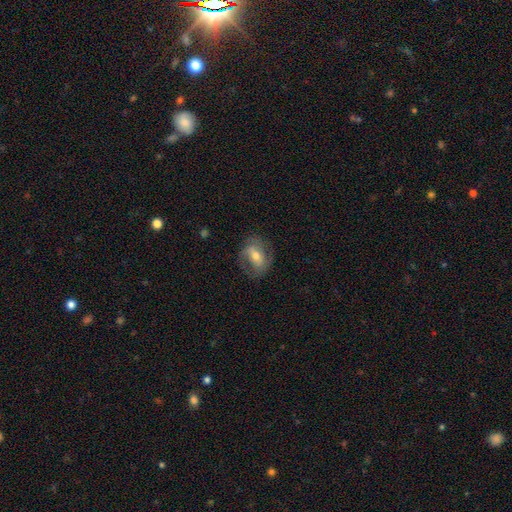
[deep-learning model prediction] Smooth or featured? featured or disk (60%)
Edge-on disk? no (94%)
Bar? weak (37%)
Spiral arms? yes (73%)
Bulge size? moderate (62%)
Merging? none (68%)